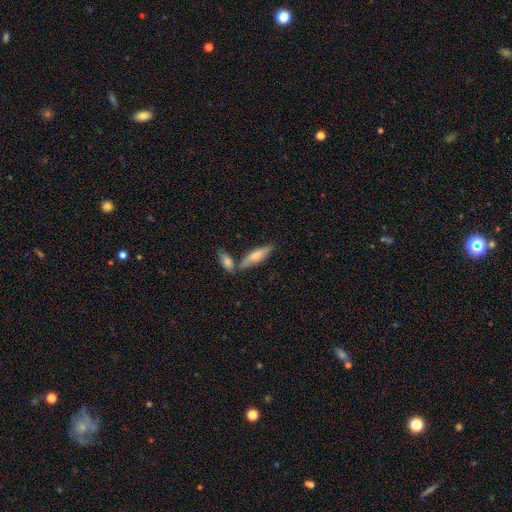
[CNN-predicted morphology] The model was most divided on "smooth or featured": smooth: 54%, featured or disk: 39%, star or artifact: 6%. More confident: how rounded — cigar-shaped (65%); merging — none (65%).